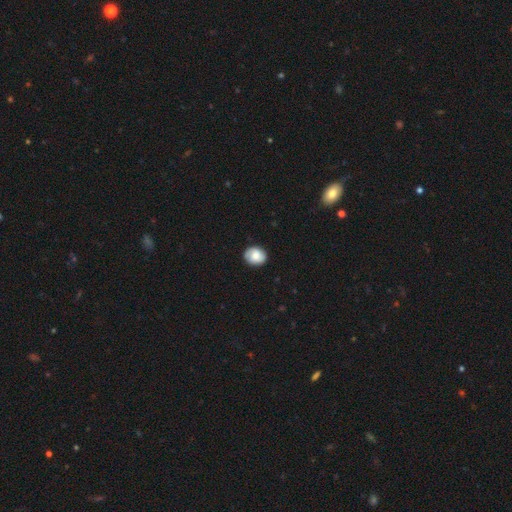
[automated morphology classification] This appears to be a smooth galaxy with no disk features (70%) that is round (62%). Merging: none (84%).